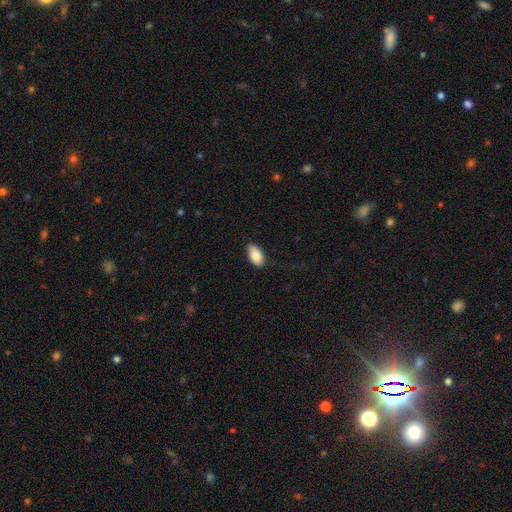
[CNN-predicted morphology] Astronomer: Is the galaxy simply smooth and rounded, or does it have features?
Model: smooth — 85%.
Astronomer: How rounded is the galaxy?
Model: in between — 94%.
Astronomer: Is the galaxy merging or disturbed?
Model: none — 71%.